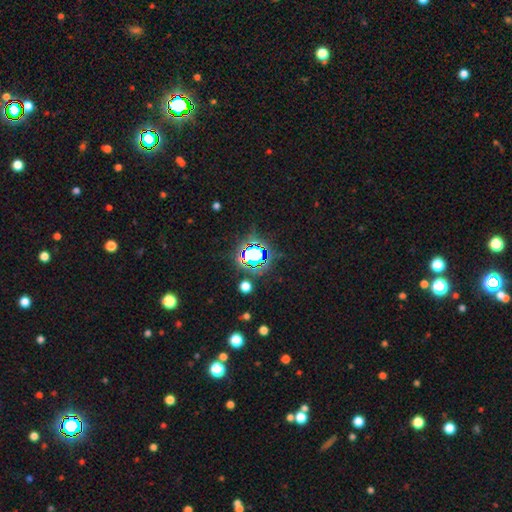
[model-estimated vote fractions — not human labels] star or artifact 70%, smooth 19%, featured or disk 11%.